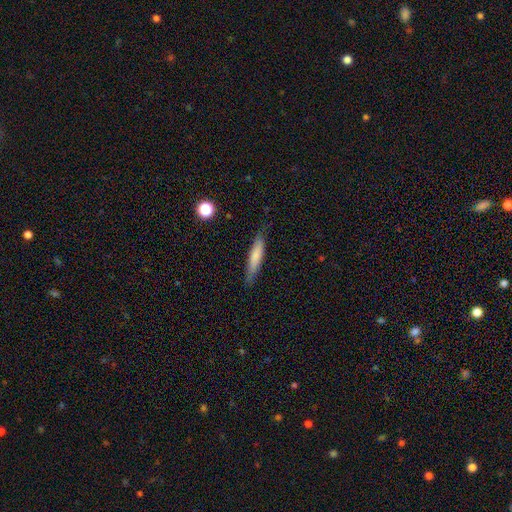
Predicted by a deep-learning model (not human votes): Morphology: type=smooth (72%); roundness=cigar-shaped (86%); merging=none (80%).